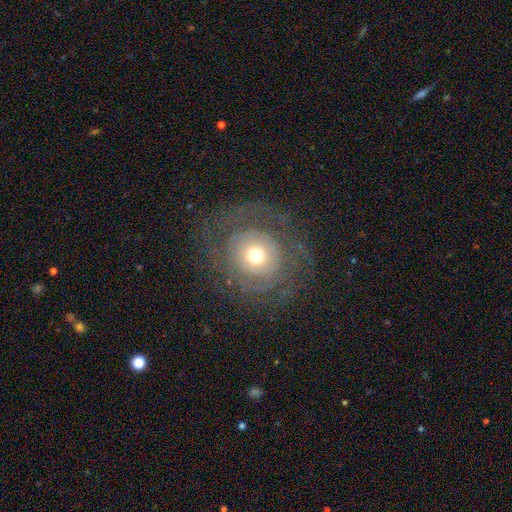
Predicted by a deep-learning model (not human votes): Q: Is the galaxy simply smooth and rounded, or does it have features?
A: featured or disk — 54%.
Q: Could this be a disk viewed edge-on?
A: no — 96%.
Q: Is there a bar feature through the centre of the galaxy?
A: no — 87%.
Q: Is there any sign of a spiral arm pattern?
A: yes — 60%.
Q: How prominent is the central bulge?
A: moderate — 64%.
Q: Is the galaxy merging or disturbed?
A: none — 62%.